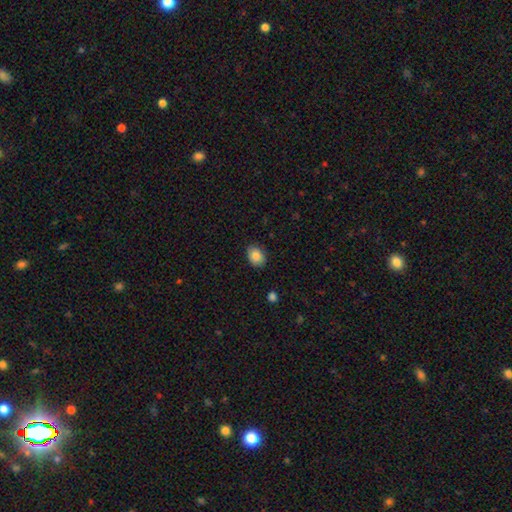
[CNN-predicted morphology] This is clearly a smooth galaxy (86%). How rounded: likely in between (64%). Merging: clearly none (86%).